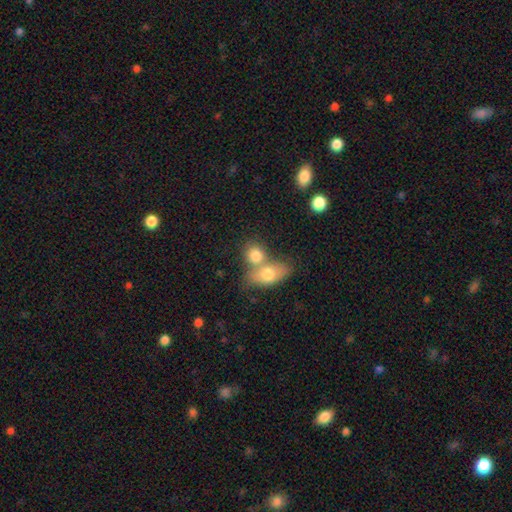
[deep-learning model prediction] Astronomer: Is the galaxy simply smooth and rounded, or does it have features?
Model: smooth — 78%.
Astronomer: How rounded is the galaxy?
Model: in between — 49%, tied with round at 49%.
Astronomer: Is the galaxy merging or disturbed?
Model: merger — 58%.